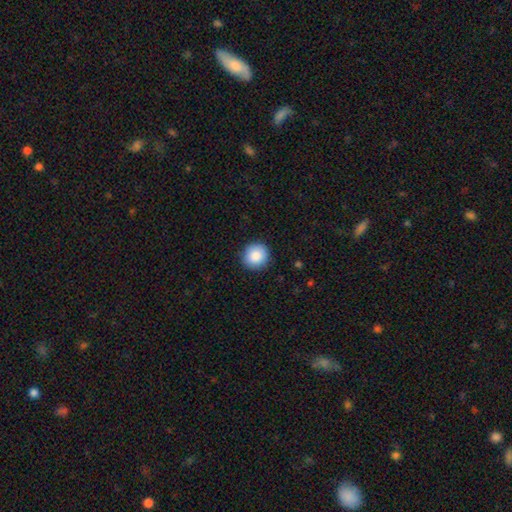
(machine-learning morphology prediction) The model was most divided on "smooth or featured": smooth: 87%, star or artifact: 8%, featured or disk: 5%. More confident: how rounded — round (92%); merging — none (90%).